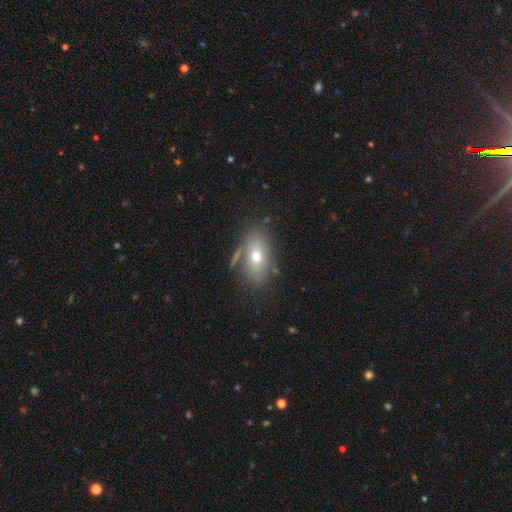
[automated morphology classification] smooth_or_featured: smooth (p=0.63) [alt: featured or disk p=0.26]
how_rounded: in between (p=0.86) [alt: round p=0.09]
merging: none (p=0.68) [alt: minor disturbance p=0.17]